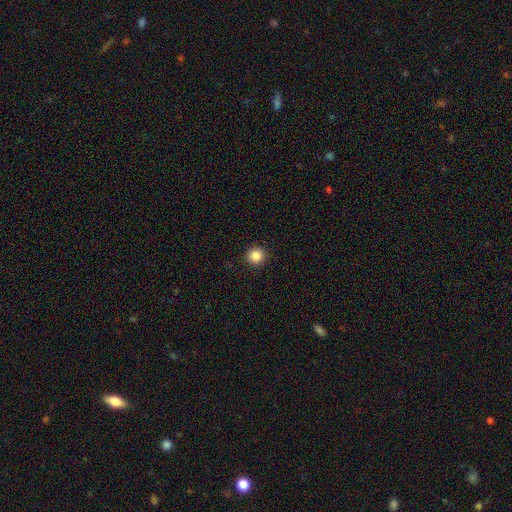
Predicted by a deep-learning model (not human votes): Q: Smooth or featured?
A: smooth (86%); runner-up: star or artifact (11%)
Q: How rounded?
A: round (95%); runner-up: in between (4%)
Q: Merging?
A: none (93%); runner-up: minor disturbance (5%)